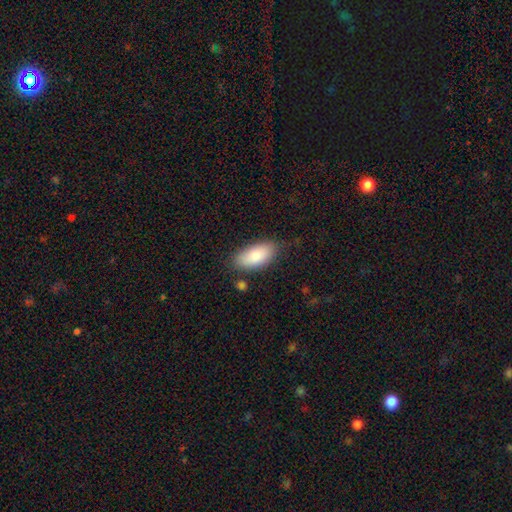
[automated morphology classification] type=smooth (84%); roundness=in between (90%); merging=none (77%).